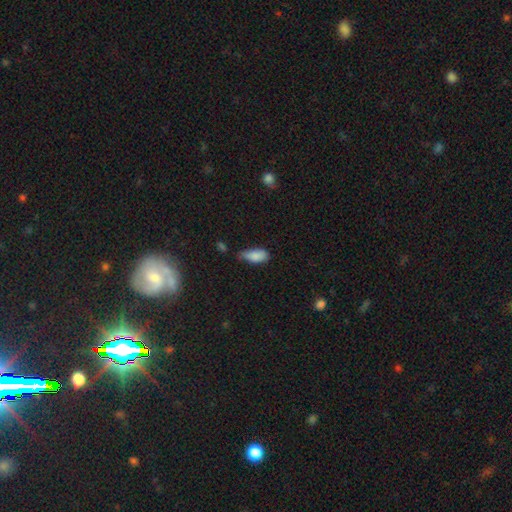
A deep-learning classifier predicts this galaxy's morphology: type=smooth (85%); roundness=in between (86%); merging=minor disturbance (45%).